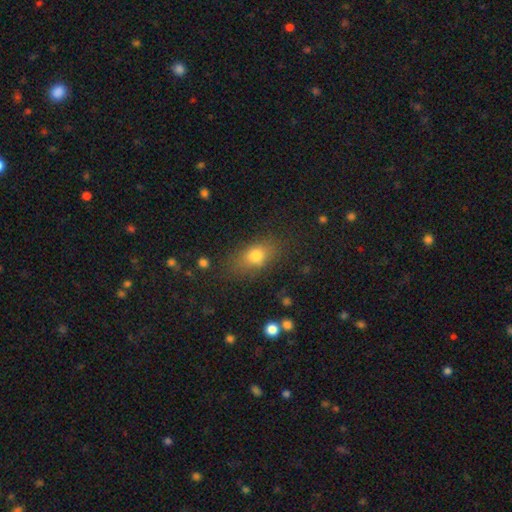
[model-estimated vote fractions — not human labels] Smooth or featured? smooth (77%)
How rounded? in between (74%)
Merging? none (77%)